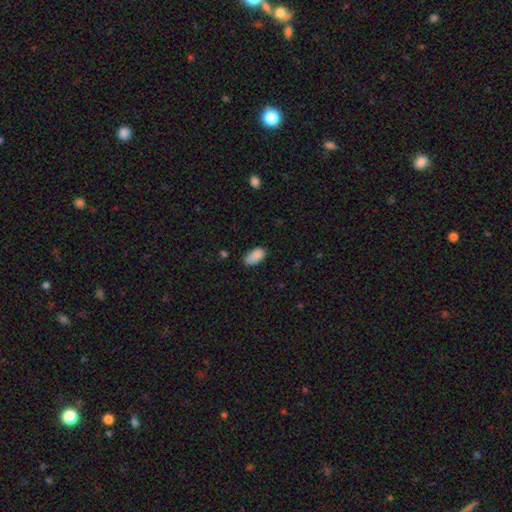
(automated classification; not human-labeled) Q: Smooth or featured?
A: smooth (87%); runner-up: star or artifact (8%)
Q: How rounded?
A: in between (94%); runner-up: round (4%)
Q: Merging?
A: none (66%); runner-up: minor disturbance (27%)